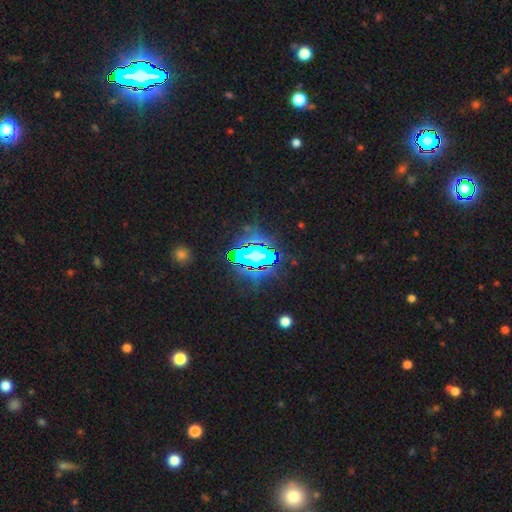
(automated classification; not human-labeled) Smooth or featured?
  - star or artifact: 73% *
  - smooth: 14%
  - featured or disk: 13%